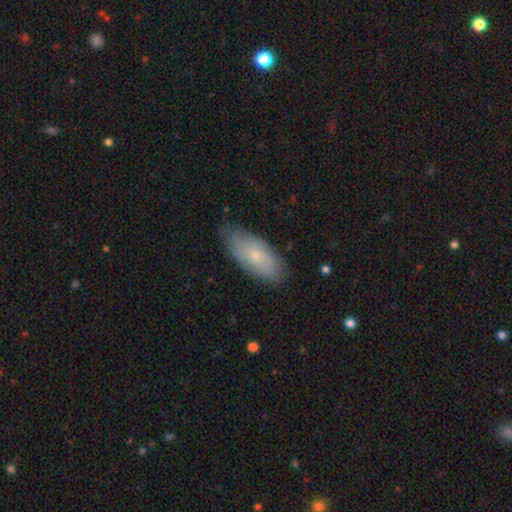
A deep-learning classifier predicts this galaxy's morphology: Smooth or featured? smooth (69%)
How rounded? in between (87%)
Merging? none (73%)